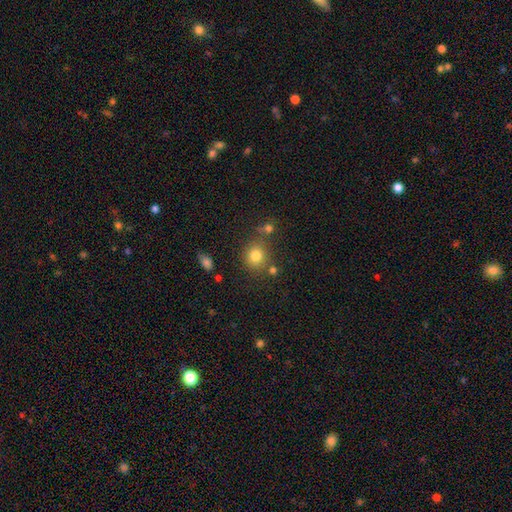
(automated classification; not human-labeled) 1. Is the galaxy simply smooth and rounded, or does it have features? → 80% smooth, 13% star or artifact, 7% featured or disk.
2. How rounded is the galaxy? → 84% round, 15% in between, 1% cigar-shaped.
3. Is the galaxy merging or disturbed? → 73% none, 12% minor disturbance, 11% merger, 5% major disturbance.